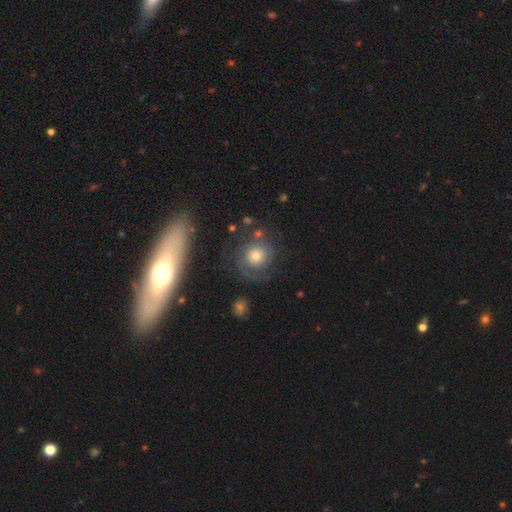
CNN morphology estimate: Q: Smooth or featured?
A: featured or disk (53%); runner-up: smooth (35%)
Q: Edge-on disk?
A: no (96%); runner-up: yes (4%)
Q: Bar?
A: no (81%); runner-up: weak (16%)
Q: Spiral arms?
A: yes (83%); runner-up: no (17%)
Q: Bulge size?
A: moderate (57%); runner-up: small (22%)
Q: Merging?
A: none (66%); runner-up: minor disturbance (16%)